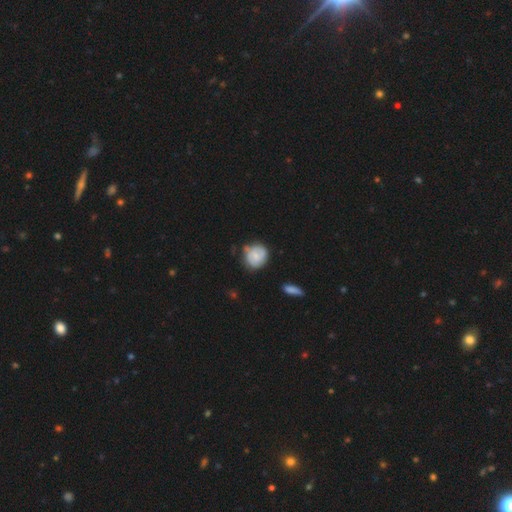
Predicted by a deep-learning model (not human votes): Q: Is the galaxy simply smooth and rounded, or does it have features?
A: smooth — 55%.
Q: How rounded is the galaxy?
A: round — 80%.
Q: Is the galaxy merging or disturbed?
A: none — 62%.